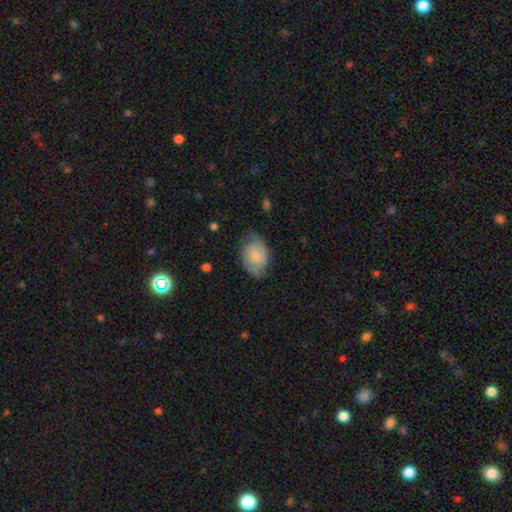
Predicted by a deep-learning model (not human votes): Smooth or featured? smooth (61%)
How rounded? in between (79%)
Merging? none (60%)